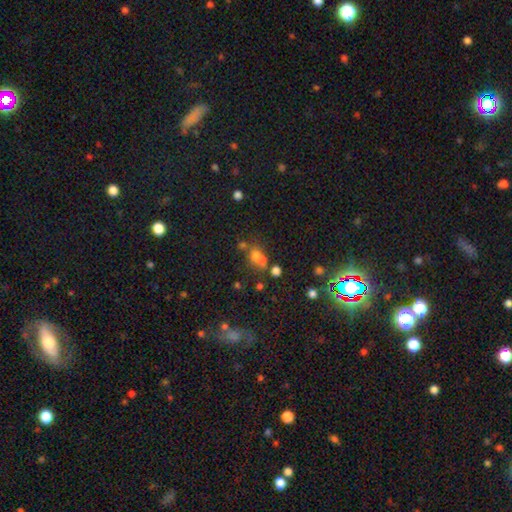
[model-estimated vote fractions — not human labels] Morphology: type=smooth (57%); roundness=round (58%); merging=merger (46%).